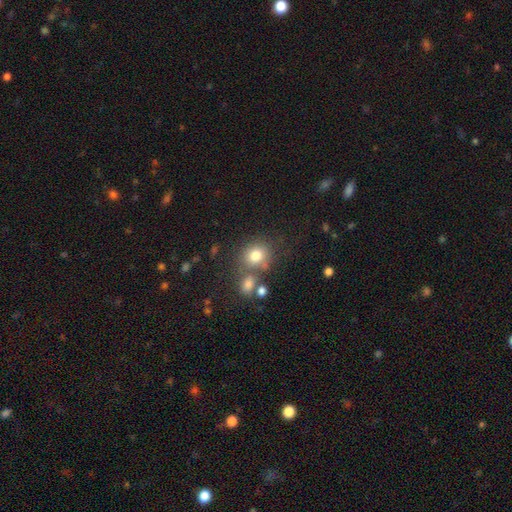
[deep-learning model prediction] smooth_or_featured: smooth (p=0.78) [alt: star or artifact p=0.12]
how_rounded: round (p=0.74) [alt: in between p=0.25]
merging: none (p=0.62) [alt: merger p=0.20]